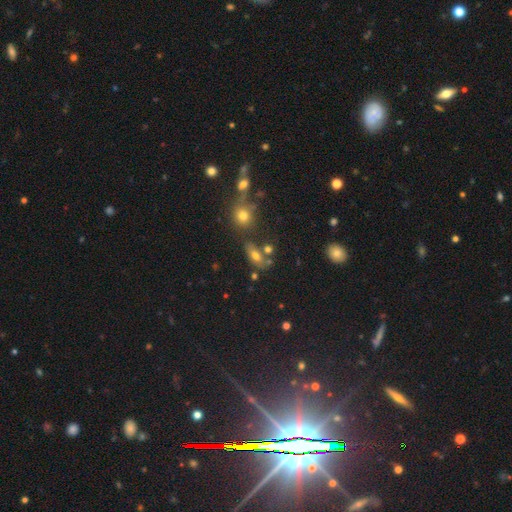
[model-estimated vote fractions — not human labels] A smooth galaxy with no disk features (67%) that is in between round and cigar-shaped (75%). Merging: none (60%).